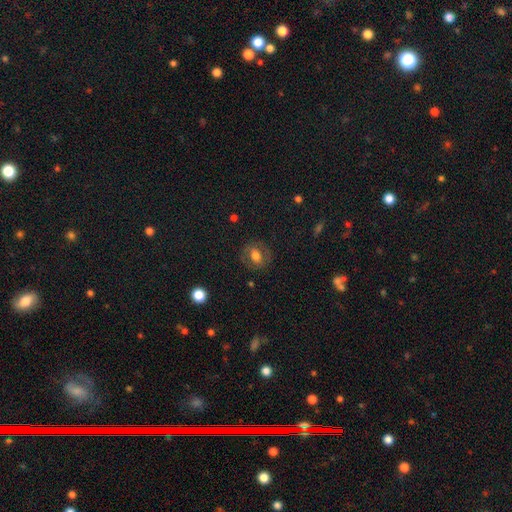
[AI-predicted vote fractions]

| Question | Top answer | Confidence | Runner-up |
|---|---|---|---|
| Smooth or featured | smooth | 60% | featured or disk (31%) |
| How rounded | in between | 49% | tied: round (49%) |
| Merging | none | 79% | minor disturbance (12%) |